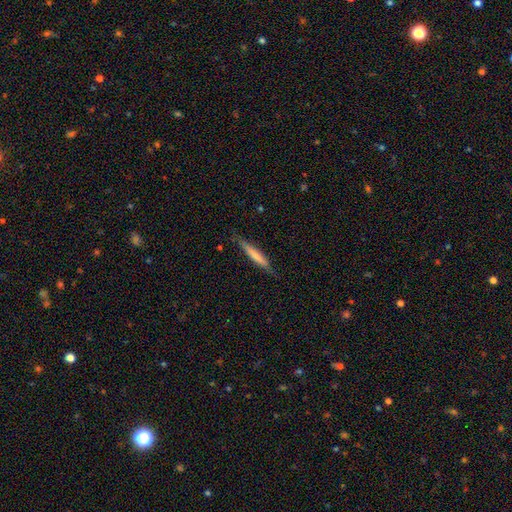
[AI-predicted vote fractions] Smooth or featured? Predicted: smooth (p=0.61). How rounded? Predicted: cigar-shaped (p=0.93). Merging? Predicted: none (p=0.81).